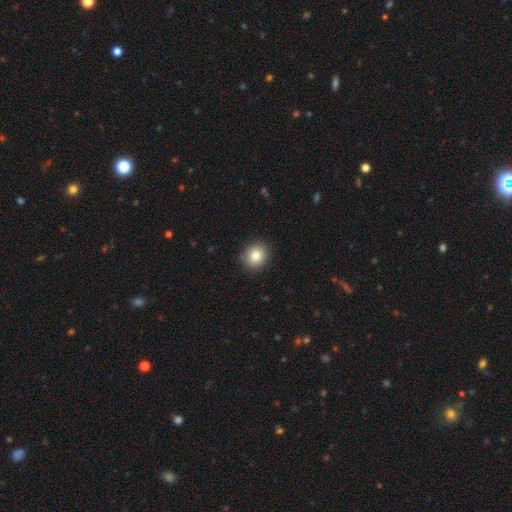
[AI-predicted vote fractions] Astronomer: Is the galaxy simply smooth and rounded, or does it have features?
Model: smooth — 82%.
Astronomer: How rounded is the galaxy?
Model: round — 77%.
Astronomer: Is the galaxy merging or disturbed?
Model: none — 90%.